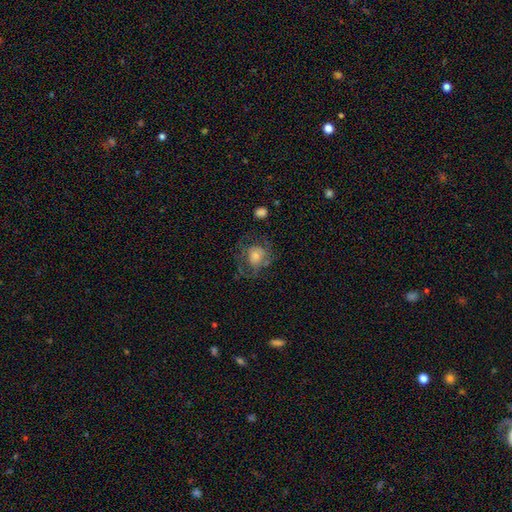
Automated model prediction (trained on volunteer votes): smooth_or_featured: smooth (p=0.44) [alt: featured or disk p=0.43]
merging: none (p=0.57) [alt: major disturbance p=0.21]